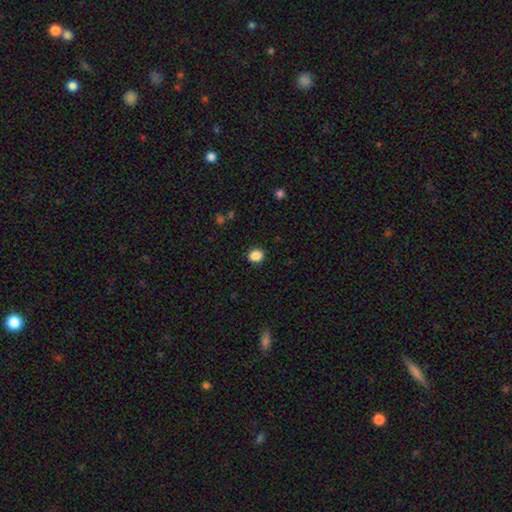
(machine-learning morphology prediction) Smooth or featured?
  - smooth: 87% *
  - star or artifact: 10%
  - featured or disk: 3%
How rounded?
  - round: 72% *
  - in between: 27%
  - cigar-shaped: 1%
Merging?
  - none: 91% *
  - minor disturbance: 6%
  - major disturbance: 2%
  - merger: 1%